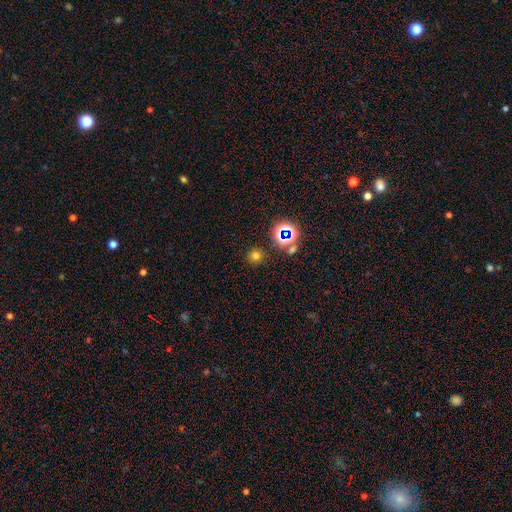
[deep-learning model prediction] Smooth or featured: smooth — 65% (star or artifact — 28%)
How rounded: round — 91% (in between — 8%)
Merging: none — 86% (minor disturbance — 7%)